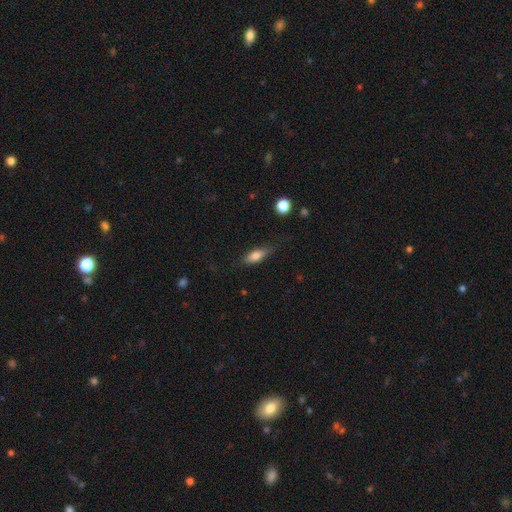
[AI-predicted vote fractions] This is likely a smooth galaxy (72%). How rounded: likely in between (66%). Merging: likely none (71%).